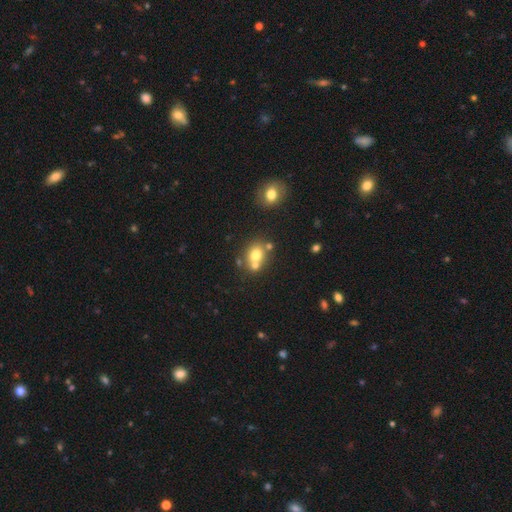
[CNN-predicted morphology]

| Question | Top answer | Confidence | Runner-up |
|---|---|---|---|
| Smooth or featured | smooth | 71% | featured or disk (16%) |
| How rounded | round | 71% | in between (28%) |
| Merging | none | 50% | merger (37%) |